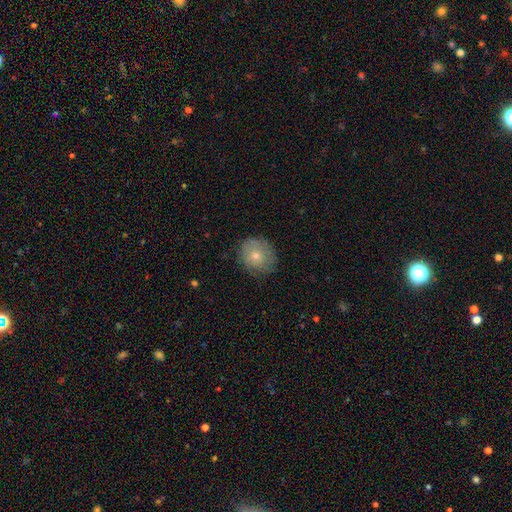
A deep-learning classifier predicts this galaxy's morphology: Smooth or featured? Predicted: smooth (p=0.61). How rounded? Predicted: round (p=0.83). Merging? Predicted: none (p=0.80).